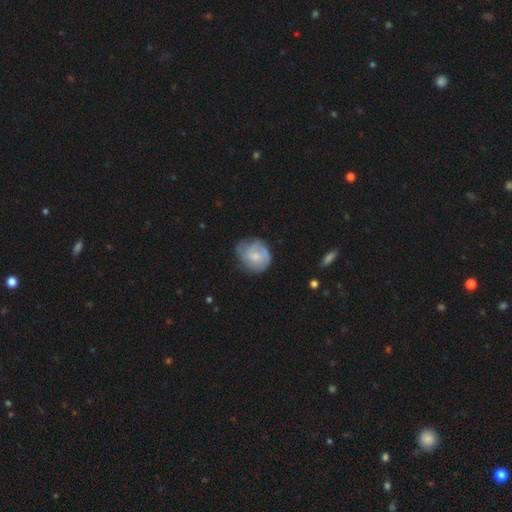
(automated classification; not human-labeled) This appears to be a smooth galaxy with no disk features (48%). Merging: none (53%).